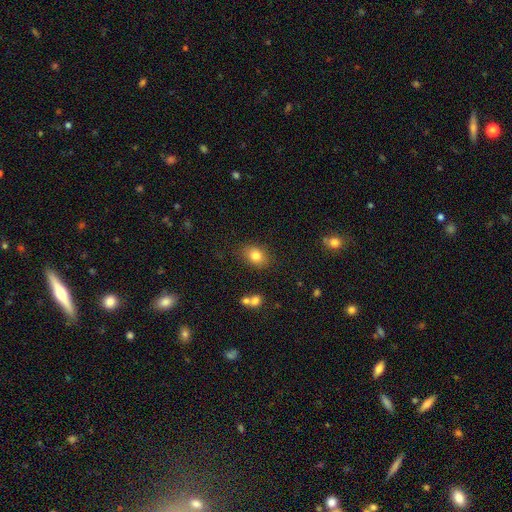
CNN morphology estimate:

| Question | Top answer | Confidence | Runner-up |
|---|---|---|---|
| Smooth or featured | smooth | 81% | star or artifact (10%) |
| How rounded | in between | 71% | round (28%) |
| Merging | none | 81% | minor disturbance (13%) |